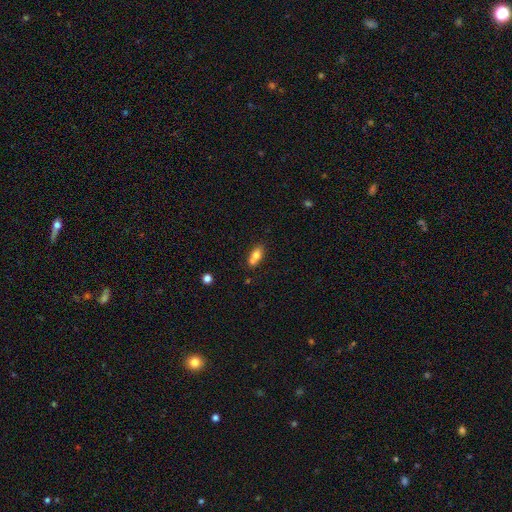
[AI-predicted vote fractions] A smooth galaxy with no disk features (74%) that is in between round and cigar-shaped (79%). Merging: merger (44%).